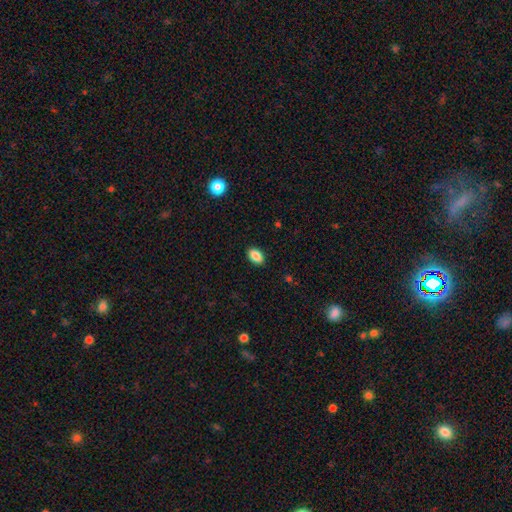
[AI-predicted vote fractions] smooth_or_featured: smooth (p=0.87) [alt: star or artifact p=0.08]
how_rounded: in between (p=0.90) [alt: round p=0.08]
merging: none (p=0.89) [alt: minor disturbance p=0.08]